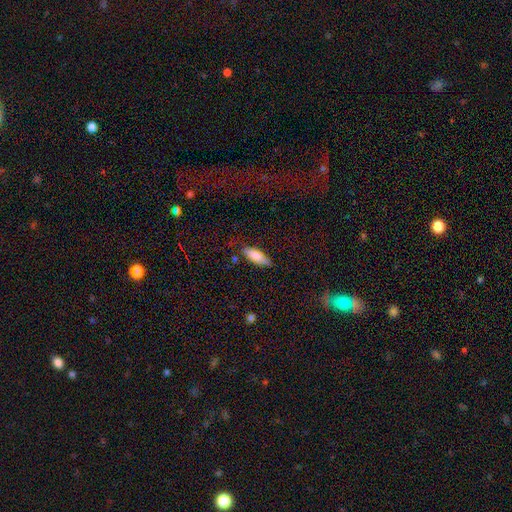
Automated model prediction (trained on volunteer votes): A smooth galaxy with no disk features (82%) that is in between round and cigar-shaped (61%). Merging: none (76%).